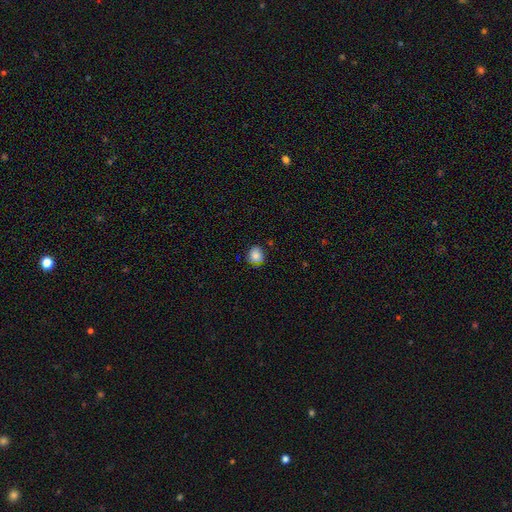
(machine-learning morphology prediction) This is clearly a smooth galaxy (82%). How rounded: likely round (77%). Merging: likely none (76%).